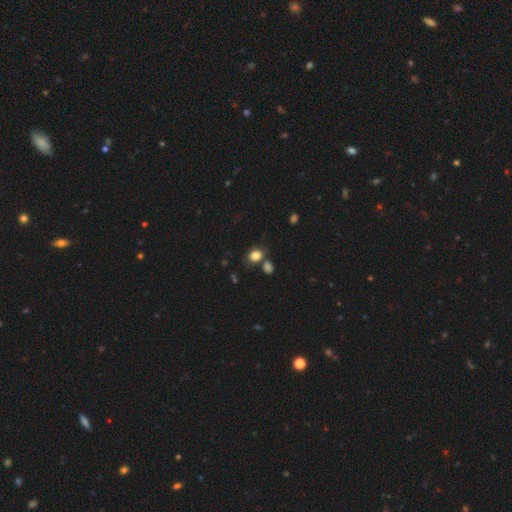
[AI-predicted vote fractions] Smooth or featured?
  - smooth: 83% *
  - star or artifact: 12%
  - featured or disk: 6%
How rounded?
  - round: 52% *
  - in between: 47%
  - cigar-shaped: 1%
Merging?
  - none: 66% *
  - merger: 16%
  - minor disturbance: 13%
  - major disturbance: 5%